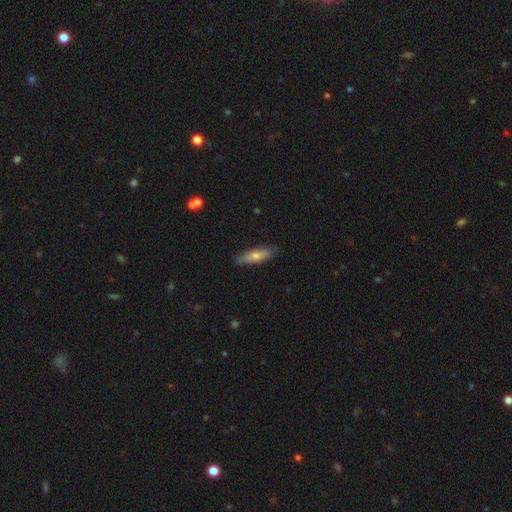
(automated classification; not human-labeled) Q: Smooth or featured?
A: smooth (72%); runner-up: featured or disk (23%)
Q: How rounded?
A: cigar-shaped (64%); runner-up: in between (35%)
Q: Merging?
A: none (85%); runner-up: minor disturbance (11%)